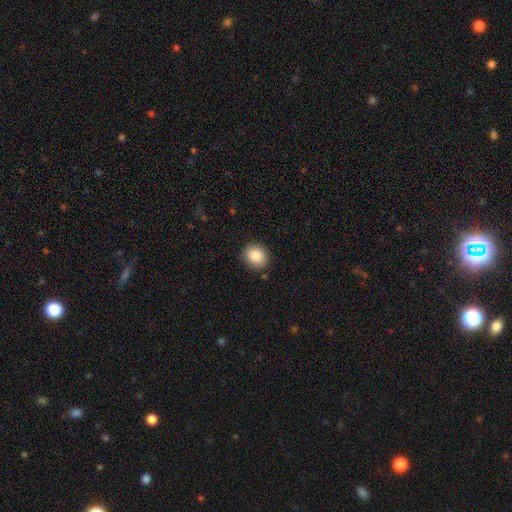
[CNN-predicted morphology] Smooth or featured?
  - smooth: 87% *
  - star or artifact: 8%
  - featured or disk: 4%
How rounded?
  - round: 75% *
  - in between: 24%
  - cigar-shaped: 1%
Merging?
  - none: 88% *
  - minor disturbance: 8%
  - major disturbance: 2%
  - merger: 1%